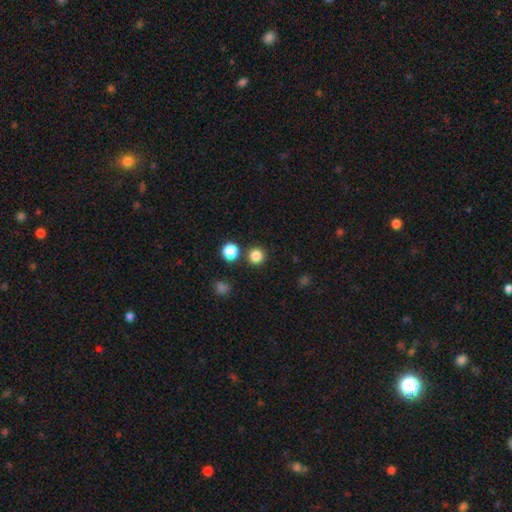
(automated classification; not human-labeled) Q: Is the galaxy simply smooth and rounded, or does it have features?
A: smooth — 83%.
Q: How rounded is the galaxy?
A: round — 95%.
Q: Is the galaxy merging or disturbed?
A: none — 86%.